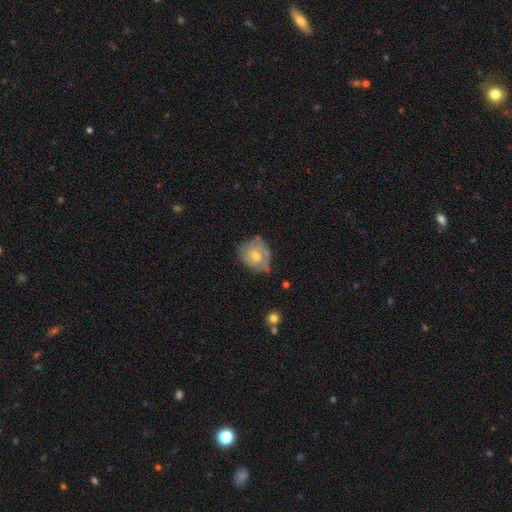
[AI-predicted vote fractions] smooth_or_featured: featured or disk (p=0.65) [alt: smooth p=0.27]
disk_edge_on: no (p=0.97) [alt: yes p=0.03]
bar: no (p=0.73) [alt: weak p=0.24]
has_spiral_arms: yes (p=0.81) [alt: no p=0.19]
spiral_winding: tight (p=0.61) [alt: medium p=0.29]
spiral_arm_count: 2 (p=0.37) [alt: can't tell p=0.34]
bulge_size: moderate (p=0.61) [alt: small p=0.33]
merging: none (p=0.61) [alt: minor disturbance p=0.28]